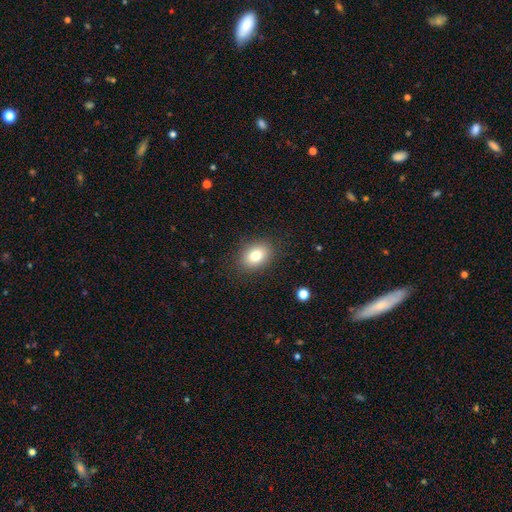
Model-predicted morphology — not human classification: The model was most divided on "how rounded": in between: 70%, round: 29%, cigar-shaped: 1%. More confident: merging — none (85%); smooth or featured — smooth (79%).